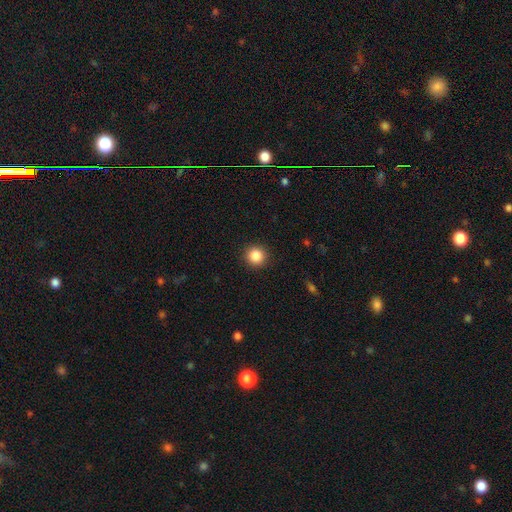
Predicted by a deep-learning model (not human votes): smooth_or_featured: smooth (p=0.86) [alt: star or artifact p=0.10]
how_rounded: round (p=0.94) [alt: in between p=0.05]
merging: none (p=0.92) [alt: minor disturbance p=0.05]